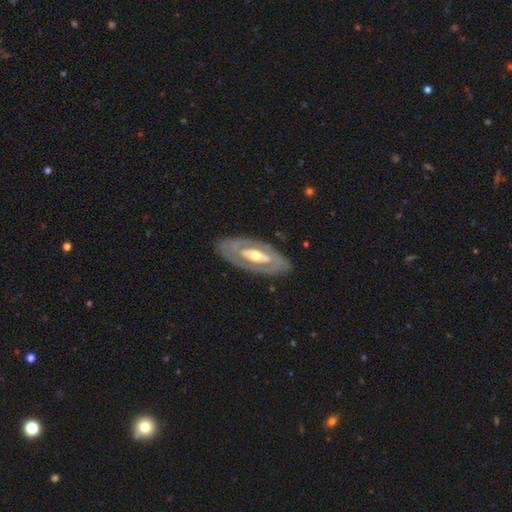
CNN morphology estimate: Q: Smooth or featured?
A: featured or disk (72%); runner-up: smooth (23%)
Q: Edge-on disk?
A: no (86%); runner-up: yes (14%)
Q: Bar?
A: no (53%); runner-up: strong (24%)
Q: Spiral arms?
A: no (70%); runner-up: yes (30%)
Q: Bulge size?
A: moderate (68%); runner-up: small (18%)
Q: Merging?
A: none (81%); runner-up: minor disturbance (12%)